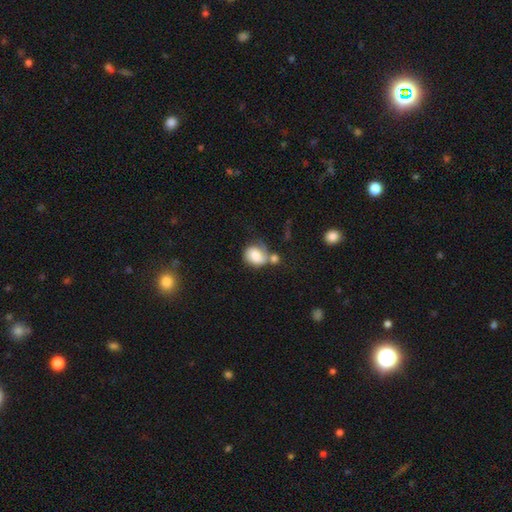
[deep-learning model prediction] smooth-or-featured: smooth: 69% | featured or disk: 22% | star or artifact: 9%
  how-rounded: round: 59% | in between: 40% | cigar-shaped: 1%
  merging: merger: 34% | none: 32% | minor disturbance: 21% | major disturbance: 13%